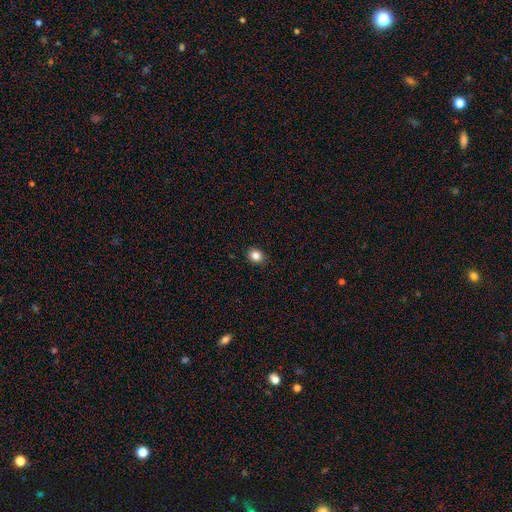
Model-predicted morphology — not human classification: Q: Smooth or featured?
A: smooth (84%); runner-up: star or artifact (11%)
Q: How rounded?
A: round (59%); runner-up: in between (40%)
Q: Merging?
A: none (90%); runner-up: minor disturbance (7%)